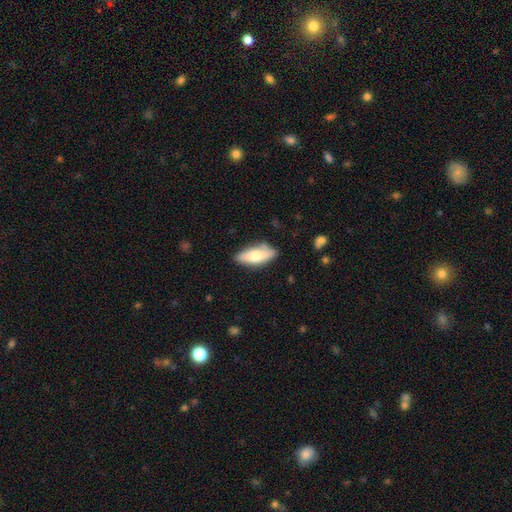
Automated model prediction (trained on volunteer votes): smooth_or_featured: smooth (p=0.71) [alt: featured or disk p=0.23]
how_rounded: in between (p=0.75) [alt: cigar-shaped p=0.22]
merging: none (p=0.74) [alt: minor disturbance p=0.20]